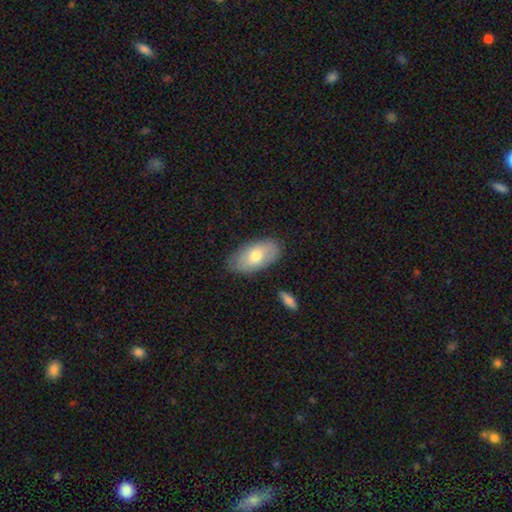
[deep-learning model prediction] Q: Smooth or featured?
A: smooth (68%); runner-up: featured or disk (26%)
Q: How rounded?
A: in between (94%); runner-up: round (4%)
Q: Merging?
A: none (78%); runner-up: minor disturbance (16%)